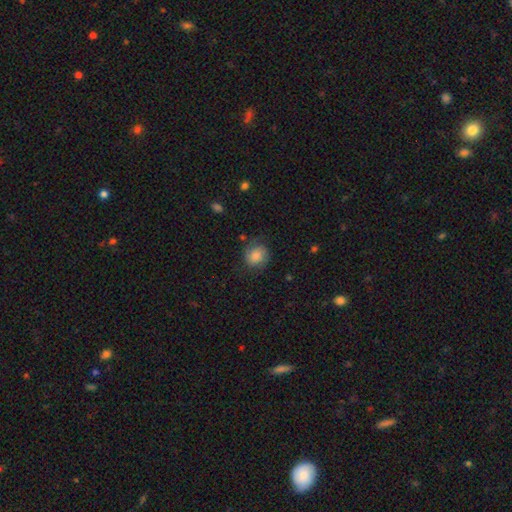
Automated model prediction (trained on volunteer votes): This is likely a smooth galaxy (70%). How rounded: likely round (73%). Merging: likely none (71%).